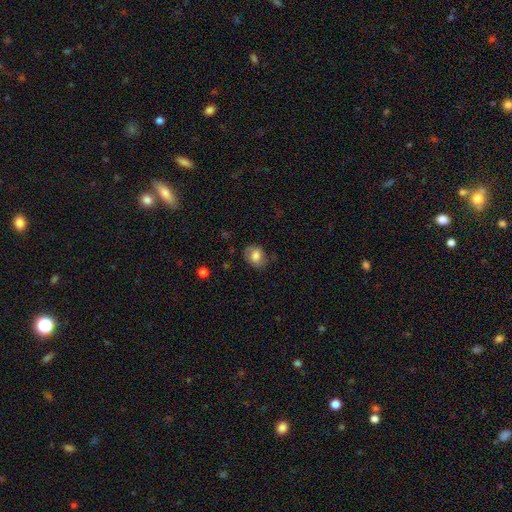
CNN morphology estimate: Smooth or featured? Predicted: smooth (p=0.70). How rounded? Predicted: in between (p=0.60). Merging? Predicted: none (p=0.72).